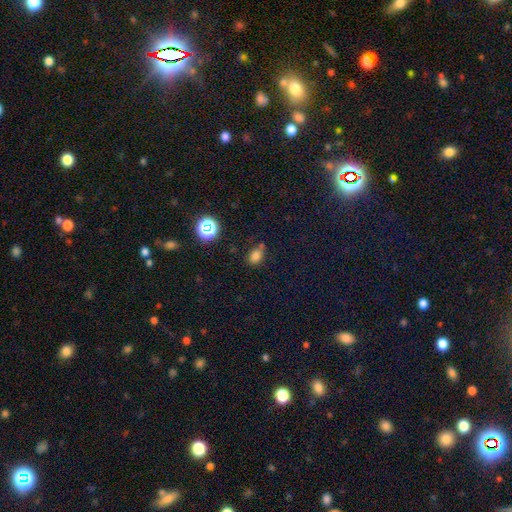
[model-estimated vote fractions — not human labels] smooth 75%, star or artifact 17%, featured or disk 7%. Down the decision tree: how rounded — in between (63%); merging — none (60%).